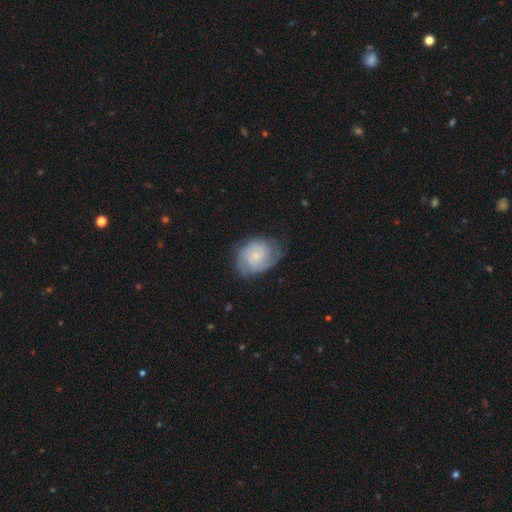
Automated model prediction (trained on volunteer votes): Overall: featured or disk (59%; smooth 34%). Edge-on disk: no (98%). Bar: no (72%). Spiral arms: yes (87%). Spiral arm count: can't tell (38%; 2 32%). Spiral winding: tight (51%; medium 36%). Bulge size: small (70%). Merging: none (60%; minor disturbance 27%).